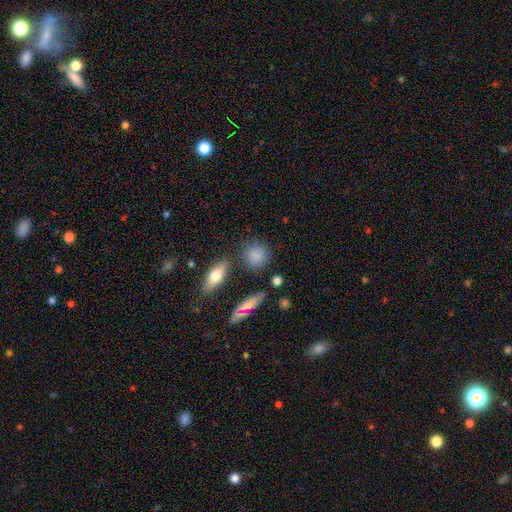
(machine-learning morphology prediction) This appears to be a smooth galaxy with no disk features (83%) that is round (76%). Merging: none (77%).